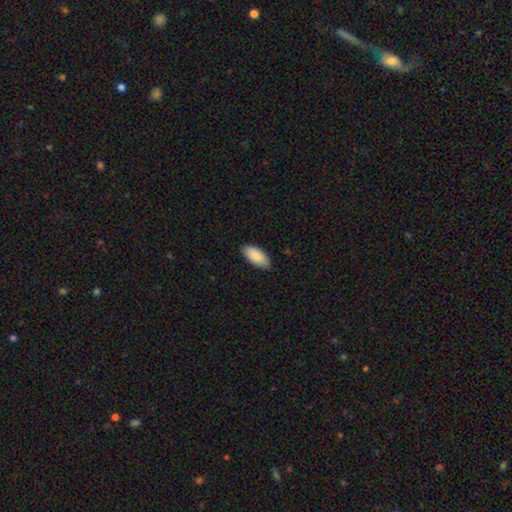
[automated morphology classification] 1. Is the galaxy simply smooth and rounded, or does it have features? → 87% smooth, 8% featured or disk, 6% star or artifact.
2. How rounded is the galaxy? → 93% in between, 6% cigar-shaped, 2% round.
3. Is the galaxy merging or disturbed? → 84% none, 13% minor disturbance, 2% major disturbance, 1% merger.